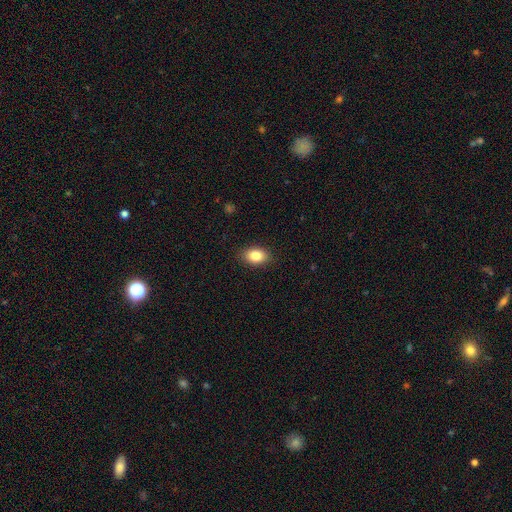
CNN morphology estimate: smooth_or_featured: smooth (p=0.85) [alt: star or artifact p=0.08]
how_rounded: in between (p=0.83) [alt: round p=0.16]
merging: none (p=0.88) [alt: minor disturbance p=0.09]